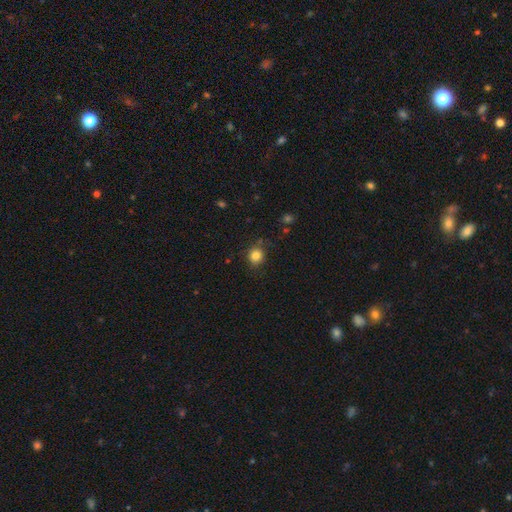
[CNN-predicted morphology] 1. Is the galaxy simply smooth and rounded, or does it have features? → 83% smooth, 12% star or artifact, 6% featured or disk.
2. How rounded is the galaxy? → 83% round, 16% in between, 1% cigar-shaped.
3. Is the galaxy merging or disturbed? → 82% none, 12% minor disturbance, 3% major disturbance, 3% merger.